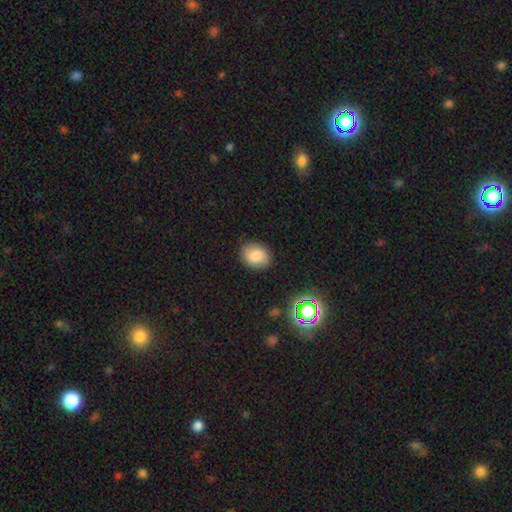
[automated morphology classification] Smooth or featured? Predicted: smooth (p=0.80). How rounded? Predicted: round (p=0.53). Merging? Predicted: none (p=0.87).